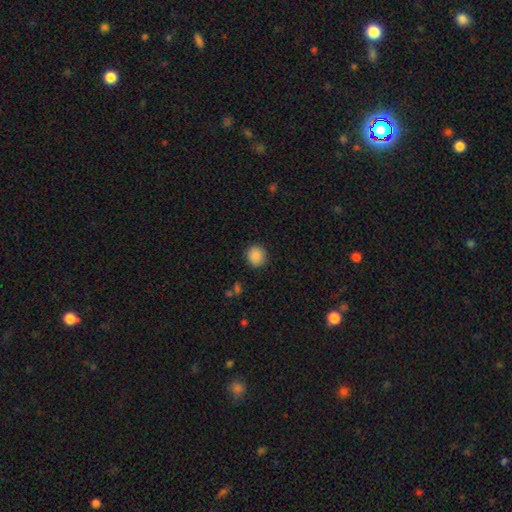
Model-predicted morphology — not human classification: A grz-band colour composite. It shows a smooth galaxy with no disk features (88%) that is round (85%). Merging: none (89%).